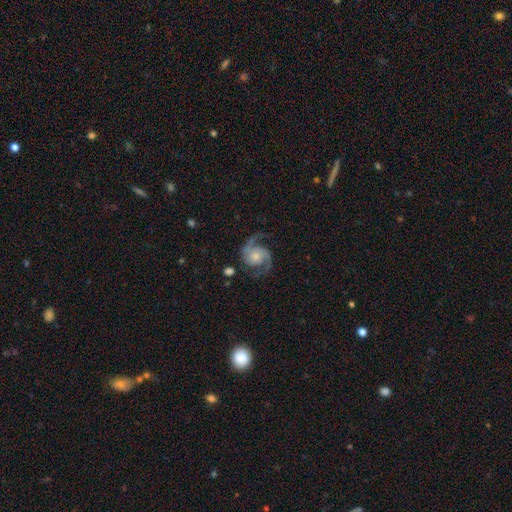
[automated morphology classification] Q: Smooth or featured?
A: featured or disk (92%); runner-up: star or artifact (5%)
Q: Edge-on disk?
A: no (98%); runner-up: yes (2%)
Q: Bar?
A: no (72%); runner-up: weak (22%)
Q: Spiral arms?
A: yes (98%); runner-up: no (2%)
Q: Spiral winding?
A: medium (58%); runner-up: loose (21%)
Q: Spiral arm count?
A: 2 (93%); runner-up: 3 (2%)
Q: Bulge size?
A: small (44%); runner-up: moderate (39%)
Q: Merging?
A: none (76%); runner-up: minor disturbance (14%)